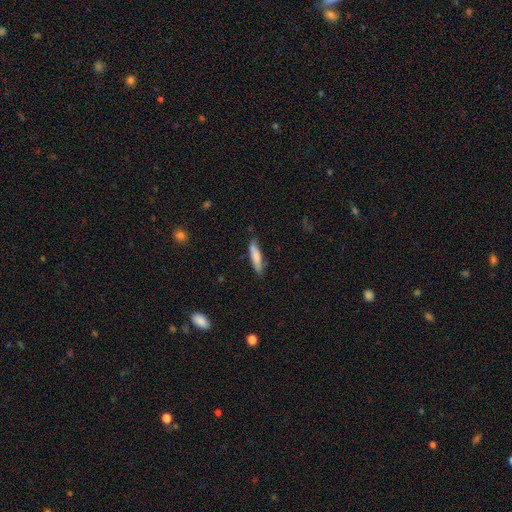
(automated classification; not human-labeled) Smooth or featured? Predicted: smooth (p=0.78). How rounded? Predicted: cigar-shaped (p=0.80). Merging? Predicted: none (p=0.77).